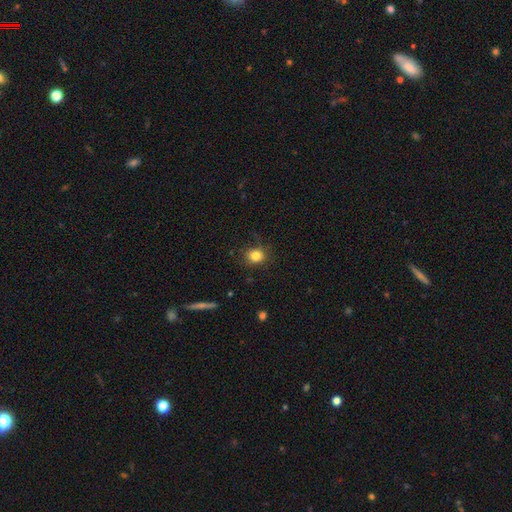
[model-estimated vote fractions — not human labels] A smooth galaxy with no disk features (83%) that is round (75%).

Vote fractions:
- Smooth or featured? smooth: 83% / star or artifact: 11% / featured or disk: 6%
- How rounded? round: 75% / in between: 24% / cigar-shaped: 1%
- Merging? none: 82% / minor disturbance: 13% / major disturbance: 4% / merger: 1%